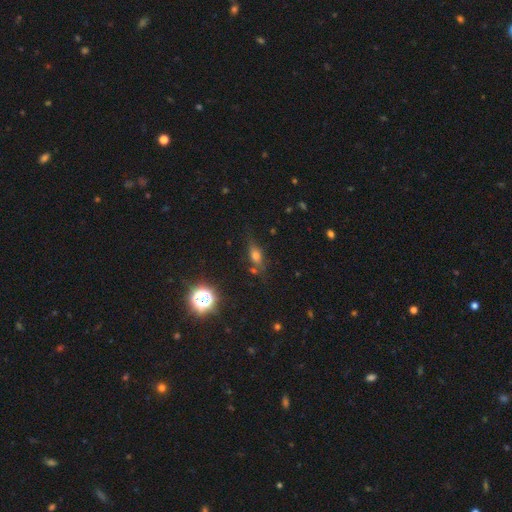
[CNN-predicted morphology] This appears to be a smooth galaxy with no disk features (59%) that is in between round and cigar-shaped (66%). Merging: none (69%).